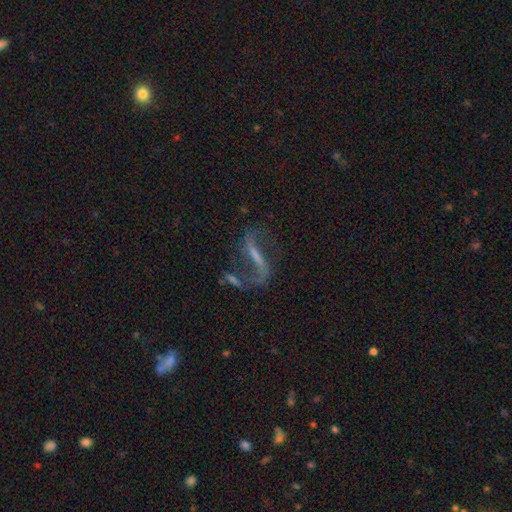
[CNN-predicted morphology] A featured or disk galaxy (81%) with a strong bar (56%), 2 (86%) loose (79%) spiral arms (89%) and no central bulge (43%).

Vote fractions:
- Smooth or featured? featured or disk: 81% / star or artifact: 10% / smooth: 9%
- Edge-on disk? no: 90% / yes: 10%
- Bar? strong: 56% / weak: 30% / no: 14%
- Spiral arms? yes: 89% / no: 11%
- Spiral winding? loose: 79% / medium: 16% / tight: 5%
- Spiral arm count? 2: 86% / 1: 8% / can't tell: 3% / 3: 1% / 4: 1% / more than 4: 1%
- Bulge size? none: 43% / small: 38% / moderate: 15% / large: 3% / dominant: 1%
- Merging? none: 54% / major disturbance: 21% / minor disturbance: 15% / merger: 10%